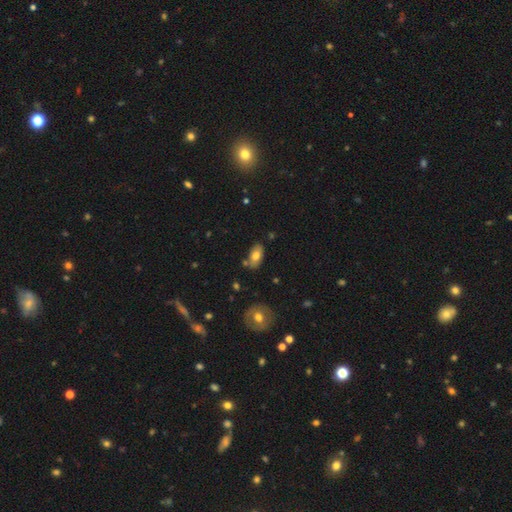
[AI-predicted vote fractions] smooth_or_featured: smooth (p=0.74) [alt: featured or disk p=0.18]
how_rounded: in between (p=0.92) [alt: round p=0.05]
merging: none (p=0.75) [alt: minor disturbance p=0.15]